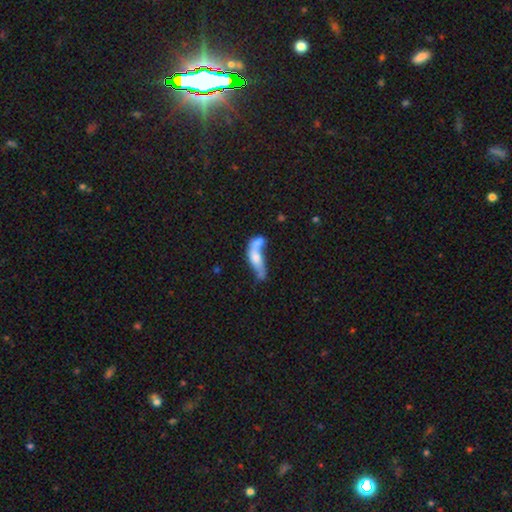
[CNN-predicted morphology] The model was most divided on "how rounded": in between: 52%, cigar-shaped: 44%, round: 4%. More confident: merging — merger (53%); smooth or featured — smooth (53%).